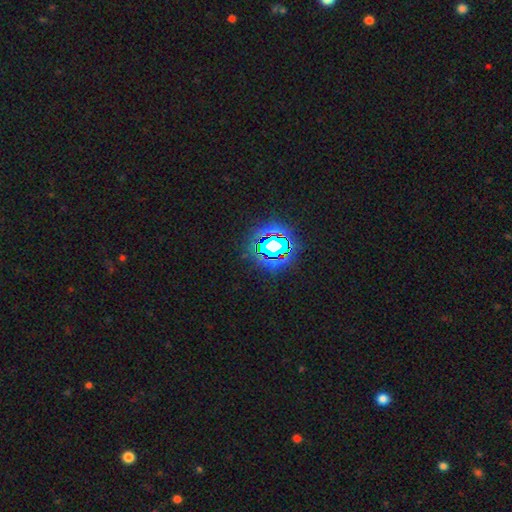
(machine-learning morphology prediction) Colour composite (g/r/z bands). It shows a star or artifact, not a galaxy (81%).